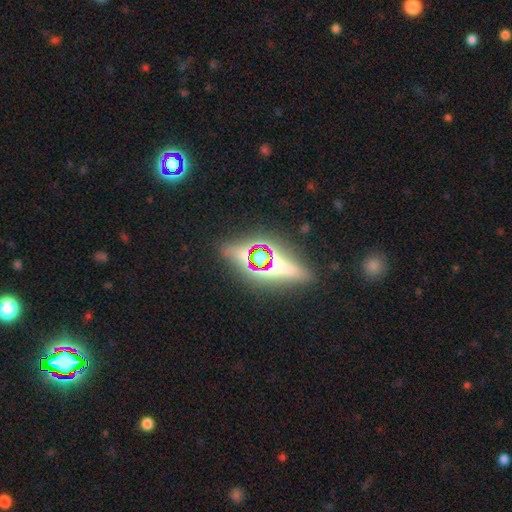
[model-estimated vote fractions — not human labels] Smooth or featured? star or artifact (56%)